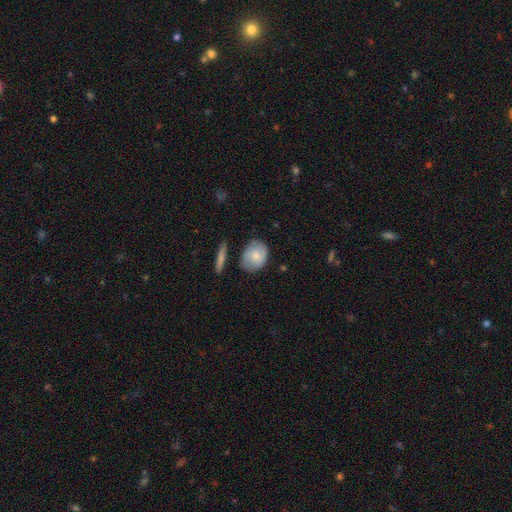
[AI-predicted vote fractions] A smooth galaxy with no disk features (70%) that is in between round and cigar-shaped (50%). Merging: none (67%).